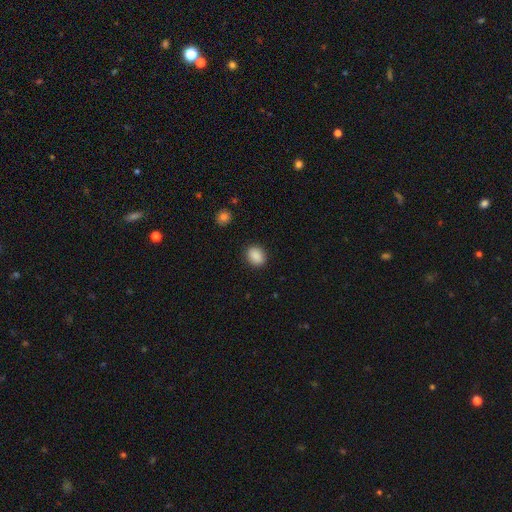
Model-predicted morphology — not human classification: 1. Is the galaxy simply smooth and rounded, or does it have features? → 89% smooth, 8% star or artifact, 3% featured or disk.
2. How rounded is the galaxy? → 57% in between, 42% round, 1% cigar-shaped.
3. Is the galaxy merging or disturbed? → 89% none, 8% minor disturbance, 2% major disturbance, 1% merger.